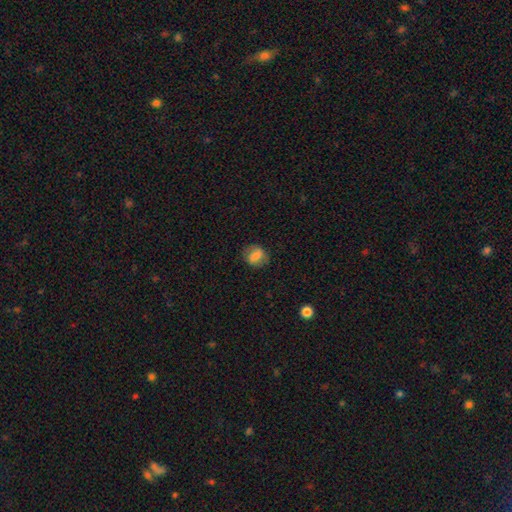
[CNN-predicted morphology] Smooth or featured? smooth (69%)
How rounded? round (55%)
Merging? none (76%)